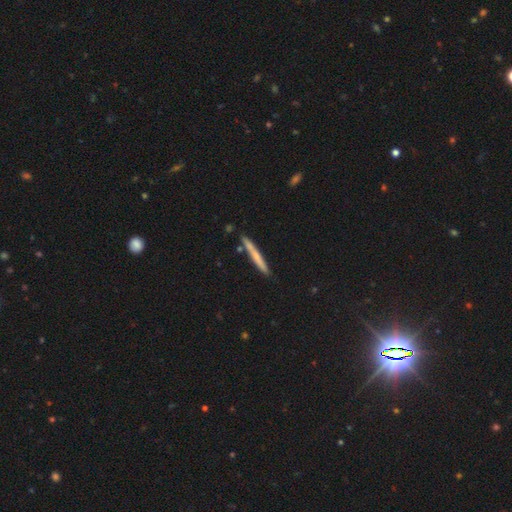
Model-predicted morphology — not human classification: Smooth or featured? Predicted: smooth (p=0.59). How rounded? Predicted: cigar-shaped (p=0.96). Merging? Predicted: none (p=0.85).